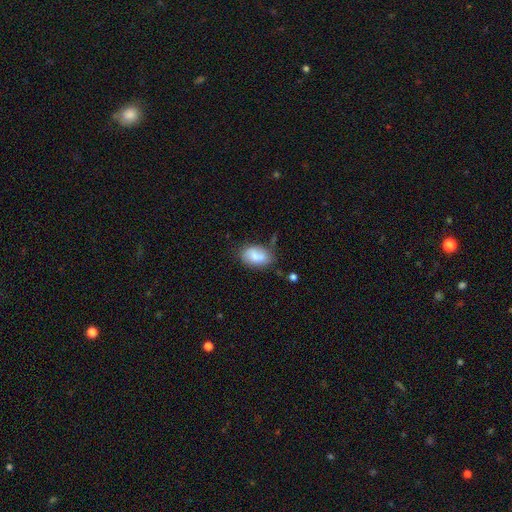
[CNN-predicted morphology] Q: Smooth or featured?
A: smooth (73%); runner-up: featured or disk (20%)
Q: How rounded?
A: in between (88%); runner-up: round (11%)
Q: Merging?
A: none (60%); runner-up: minor disturbance (25%)